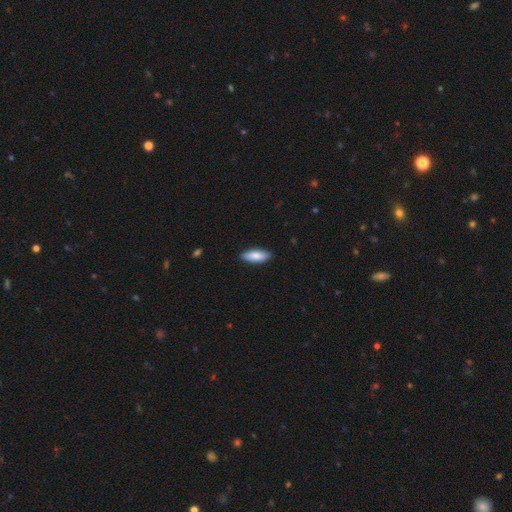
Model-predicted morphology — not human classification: A smooth galaxy with no disk features (83%) that is in between round and cigar-shaped (69%).

Vote fractions:
- Smooth or featured? smooth: 83% / featured or disk: 11% / star or artifact: 5%
- How rounded? in between: 69% / cigar-shaped: 29% / round: 2%
- Merging? none: 89% / minor disturbance: 8% / major disturbance: 2% / merger: 1%